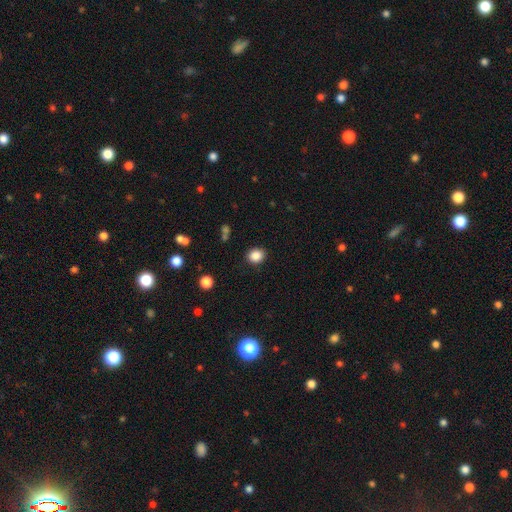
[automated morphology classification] smooth 86%, star or artifact 10%, featured or disk 4%. Down the decision tree: how rounded — round (67%); merging — none (88%).